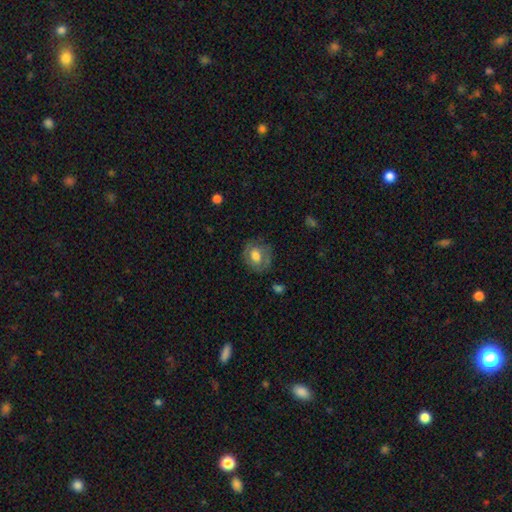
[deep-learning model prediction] smooth_or_featured: smooth (p=0.59) [alt: featured or disk p=0.33]
how_rounded: round (p=0.68) [alt: in between p=0.31]
merging: none (p=0.72) [alt: minor disturbance p=0.18]